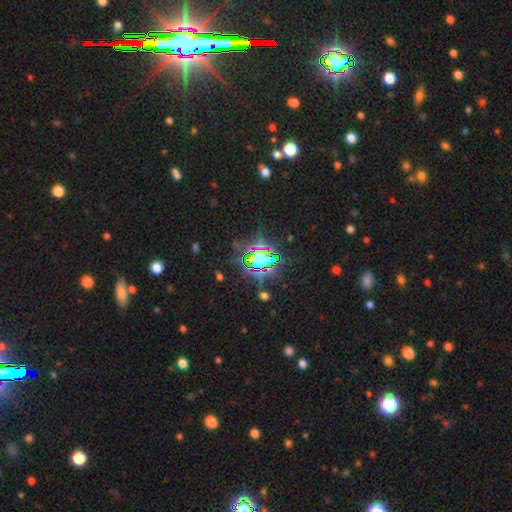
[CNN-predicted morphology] Smooth or featured?
  - star or artifact: 75% *
  - smooth: 15%
  - featured or disk: 10%